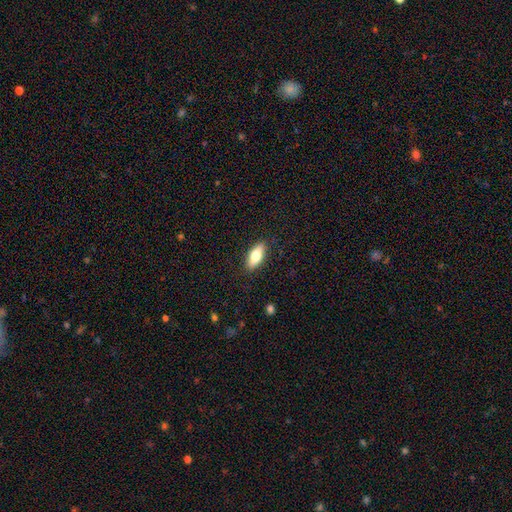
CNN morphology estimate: A smooth galaxy with no disk features (76%) that is in between round and cigar-shaped (78%). Merging: none (88%).